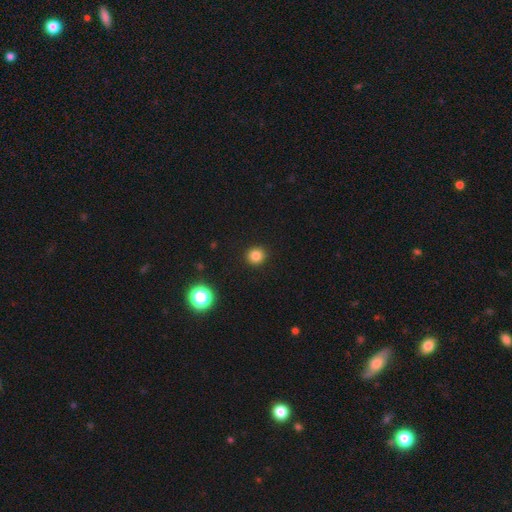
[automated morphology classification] type=smooth (82%); roundness=round (91%); merging=none (92%).